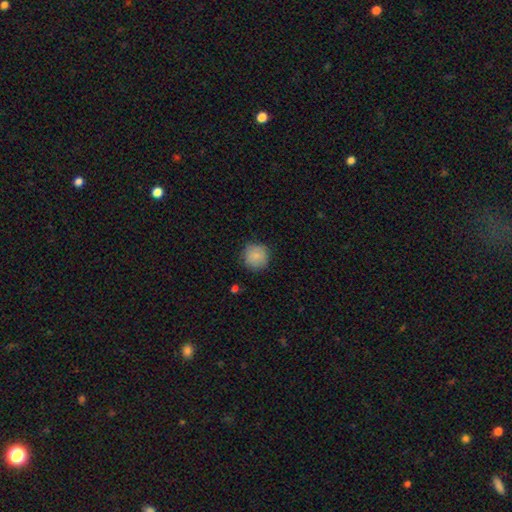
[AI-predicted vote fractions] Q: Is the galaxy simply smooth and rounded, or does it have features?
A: smooth — 85%.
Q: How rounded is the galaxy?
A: round — 93%.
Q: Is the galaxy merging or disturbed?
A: none — 82%.